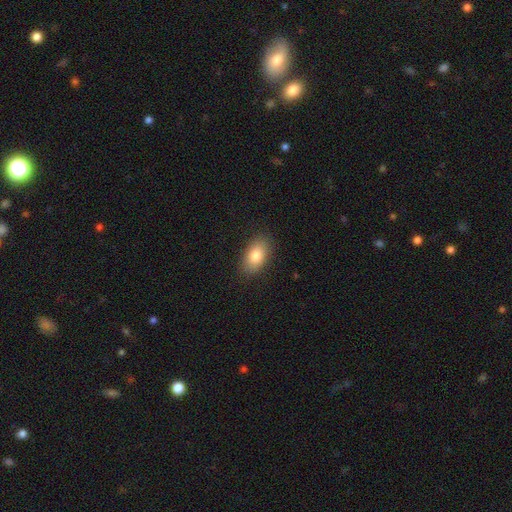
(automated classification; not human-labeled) Q: Smooth or featured?
A: smooth (82%); runner-up: featured or disk (10%)
Q: How rounded?
A: in between (91%); runner-up: round (7%)
Q: Merging?
A: none (86%); runner-up: minor disturbance (10%)